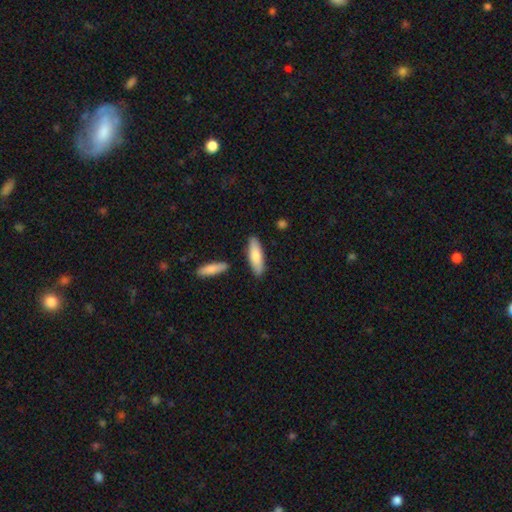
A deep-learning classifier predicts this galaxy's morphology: Smooth or featured: smooth — 80% (featured or disk — 15%)
How rounded: in between — 50% (cigar-shaped — 48%)
Merging: none — 84% (minor disturbance — 10%)